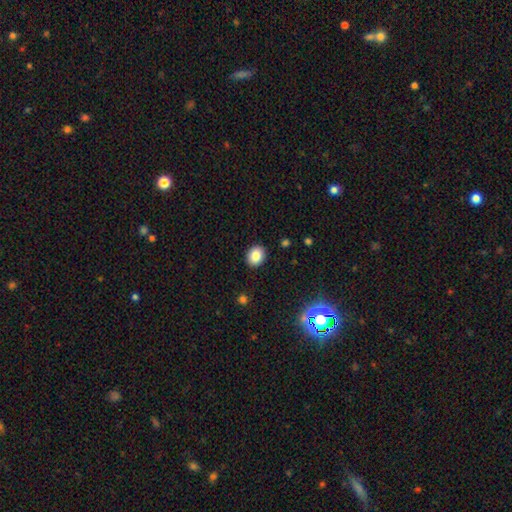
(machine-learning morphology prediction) smooth-or-featured: smooth: 84% | star or artifact: 10% | featured or disk: 7%
  how-rounded: round: 55% | in between: 44% | cigar-shaped: 1%
  merging: none: 90% | minor disturbance: 7% | major disturbance: 2% | merger: 1%